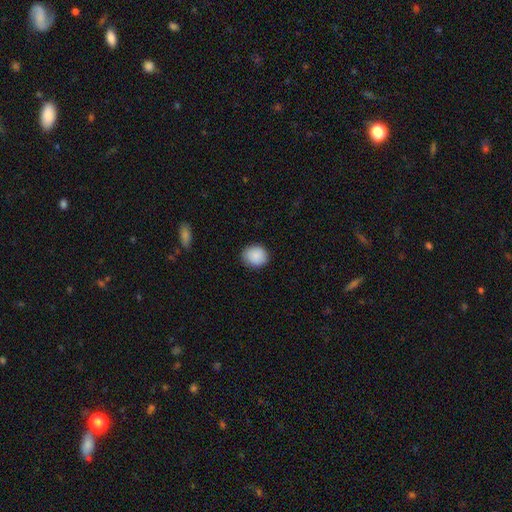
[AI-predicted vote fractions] A smooth galaxy with no disk features (89%) that is round (71%). Merging: none (85%).